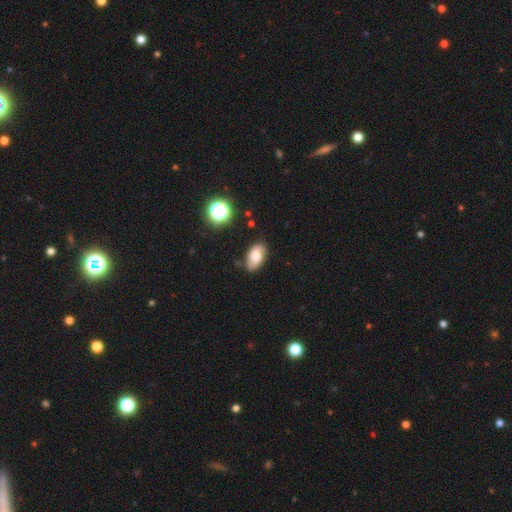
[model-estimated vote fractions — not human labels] smooth-or-featured: smooth: 75% | featured or disk: 15% | star or artifact: 10%
  how-rounded: in between: 92% | round: 6% | cigar-shaped: 2%
  merging: none: 77% | minor disturbance: 18% | major disturbance: 3% | merger: 2%